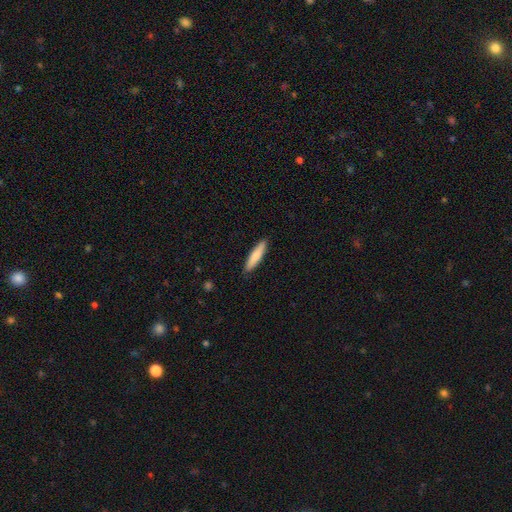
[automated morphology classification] This is likely a smooth galaxy (79%). How rounded: clearly cigar-shaped (83%). Merging: clearly none (90%).